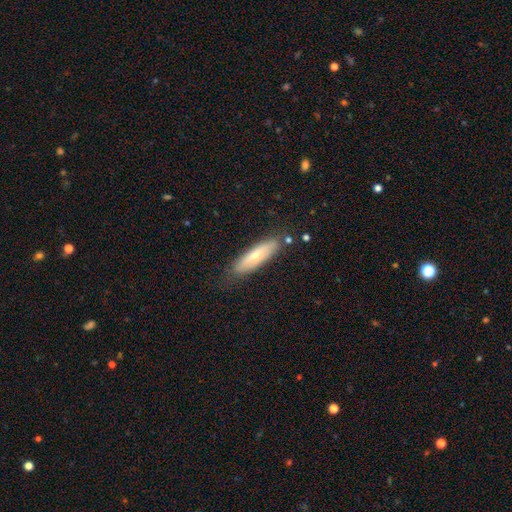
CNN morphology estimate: smooth_or_featured: smooth (p=0.60) [alt: featured or disk p=0.34]
how_rounded: cigar-shaped (p=0.66) [alt: in between p=0.33]
merging: none (p=0.79) [alt: minor disturbance p=0.15]